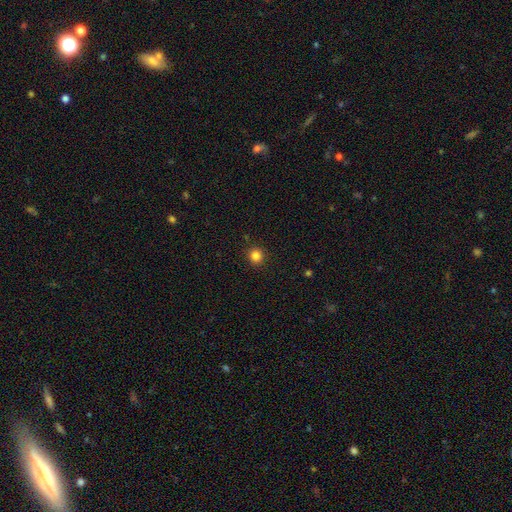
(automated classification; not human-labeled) smooth_or_featured: smooth (p=0.84) [alt: star or artifact p=0.12]
how_rounded: round (p=0.94) [alt: in between p=0.05]
merging: none (p=0.92) [alt: minor disturbance p=0.05]